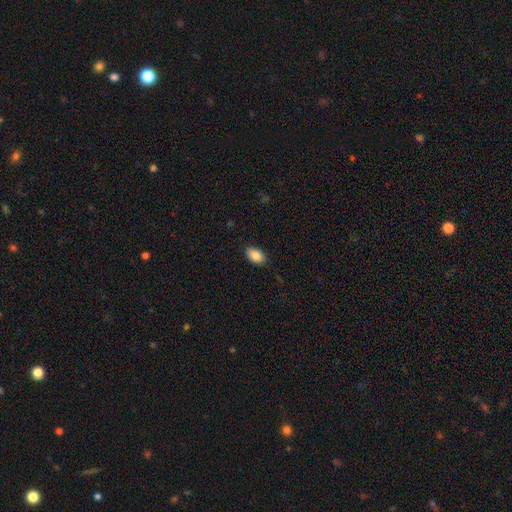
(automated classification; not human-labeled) This is clearly a smooth galaxy (85%). How rounded: clearly in between (90%). Merging: clearly none (87%).